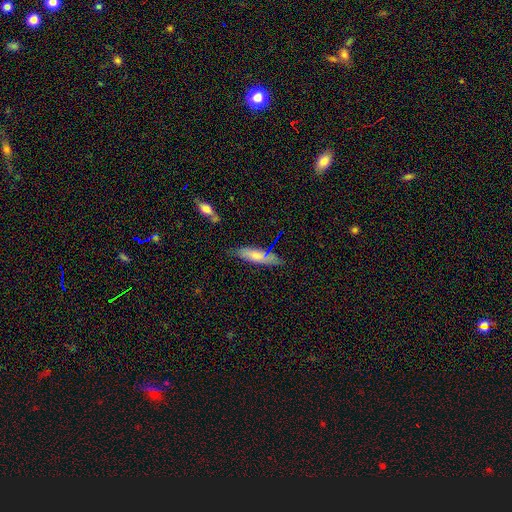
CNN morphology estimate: This is likely a smooth galaxy (68%). How rounded: likely cigar-shaped (61%). Merging: likely none (71%).